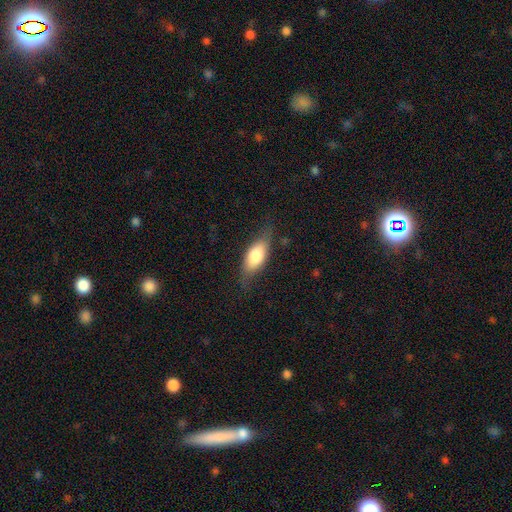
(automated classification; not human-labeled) Smooth or featured? Predicted: smooth (p=0.70). How rounded? Predicted: in between (p=0.78). Merging? Predicted: none (p=0.70).